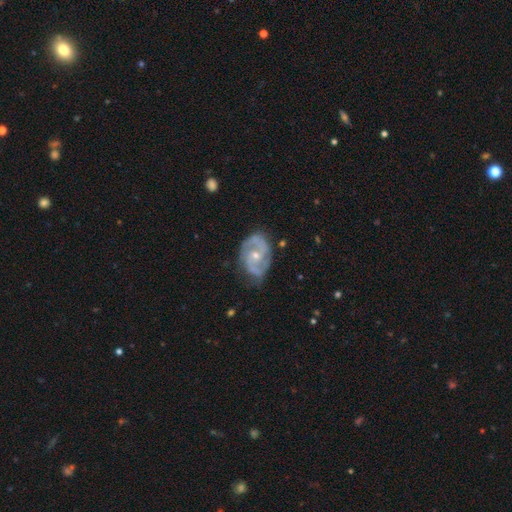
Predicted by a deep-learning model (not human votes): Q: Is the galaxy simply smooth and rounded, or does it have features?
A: featured or disk — 85%.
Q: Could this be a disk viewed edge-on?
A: no — 97%.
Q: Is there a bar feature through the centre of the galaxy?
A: no — 57%.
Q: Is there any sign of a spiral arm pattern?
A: yes — 94%.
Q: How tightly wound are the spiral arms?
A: medium — 51%.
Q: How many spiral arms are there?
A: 2 — 81%.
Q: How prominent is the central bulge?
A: small — 53%.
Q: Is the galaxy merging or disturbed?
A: none — 69%.